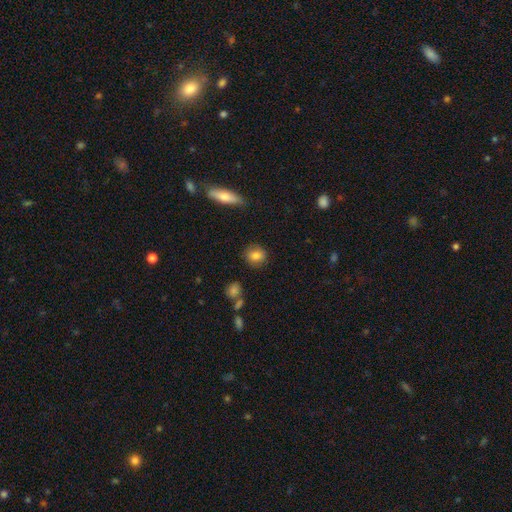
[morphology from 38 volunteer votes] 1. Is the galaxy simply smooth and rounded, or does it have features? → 79% smooth, 16% featured or disk, 5% star or artifact.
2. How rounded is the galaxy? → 73% round, 27% in between, 0% cigar-shaped.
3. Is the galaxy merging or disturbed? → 83% none, 11% major disturbance, 3% minor disturbance, 3% merger.